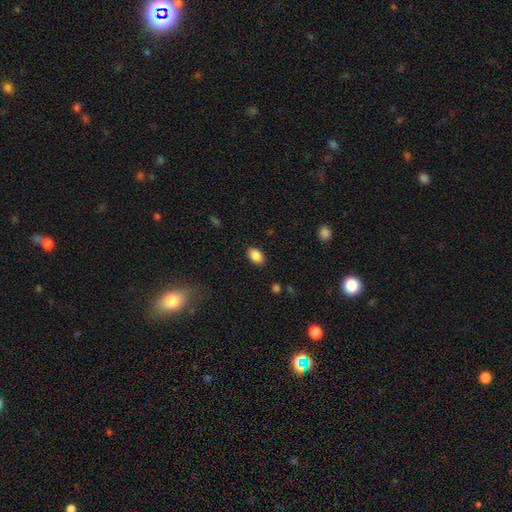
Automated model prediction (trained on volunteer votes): A smooth galaxy with no disk features (88%) that is in between round and cigar-shaped (89%). Merging: none (87%).